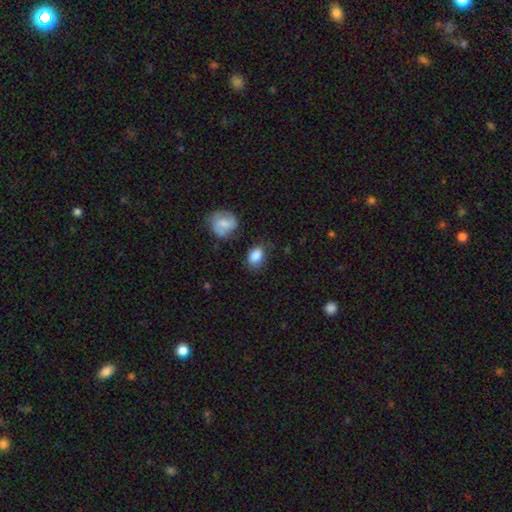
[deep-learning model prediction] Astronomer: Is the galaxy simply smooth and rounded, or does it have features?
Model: smooth — 85%.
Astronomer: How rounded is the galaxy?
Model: in between — 78%.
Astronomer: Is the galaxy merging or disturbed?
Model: none — 68%.